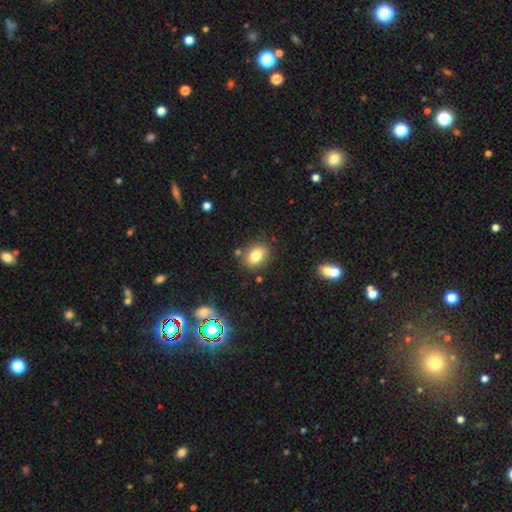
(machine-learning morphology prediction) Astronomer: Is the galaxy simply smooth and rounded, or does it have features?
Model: smooth — 81%.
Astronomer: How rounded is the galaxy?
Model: in between — 69%.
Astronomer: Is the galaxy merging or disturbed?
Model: none — 82%.